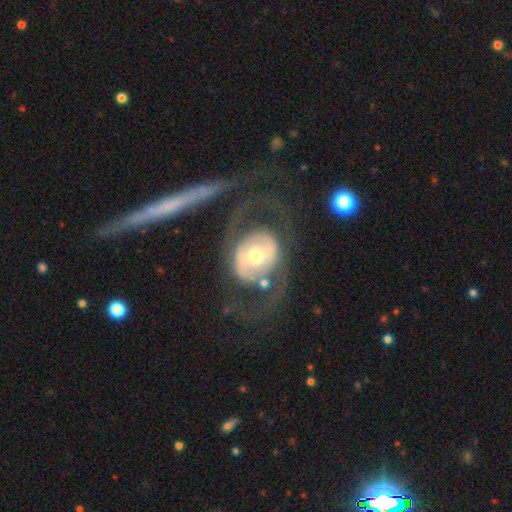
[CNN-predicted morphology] Smooth or featured?
  - featured or disk: 70% *
  - smooth: 24%
  - star or artifact: 6%
Edge-on disk?
  - no: 94% *
  - yes: 6%
Bar?
  - no: 45% *
  - weak: 28%
  - strong: 26%
Spiral arms?
  - no: 51% *
  - yes: 49%
Bulge size?
  - moderate: 68% *
  - small: 18%
  - large: 11%
  - dominant: 2%
  - none: 1%
Merging?
  - none: 58% *
  - major disturbance: 22%
  - minor disturbance: 14%
  - merger: 7%